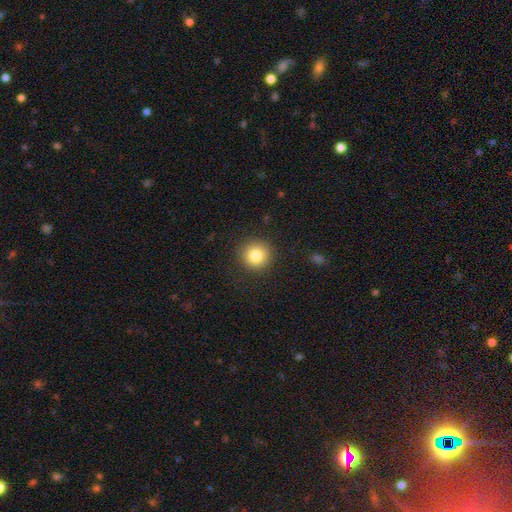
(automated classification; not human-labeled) A smooth galaxy with no disk features (82%) that is round (94%).

Vote fractions:
- Smooth or featured? smooth: 82% / star or artifact: 11% / featured or disk: 8%
- How rounded? round: 94% / in between: 5% / cigar-shaped: 1%
- Merging? none: 90% / minor disturbance: 6% / major disturbance: 2% / merger: 1%